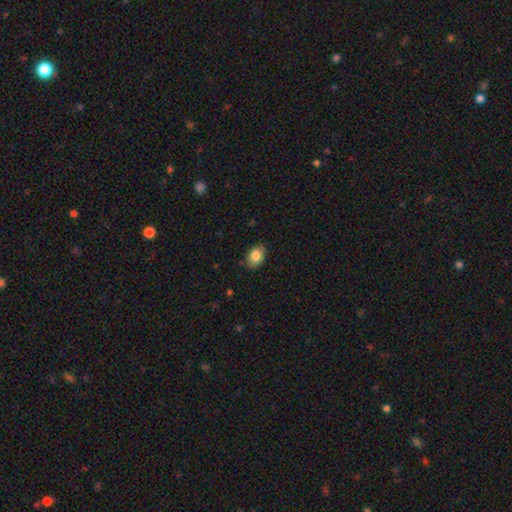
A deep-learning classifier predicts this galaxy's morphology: smooth_or_featured: smooth (p=0.85) [alt: star or artifact p=0.08]
how_rounded: in between (p=0.76) [alt: round p=0.23]
merging: none (p=0.81) [alt: minor disturbance p=0.15]